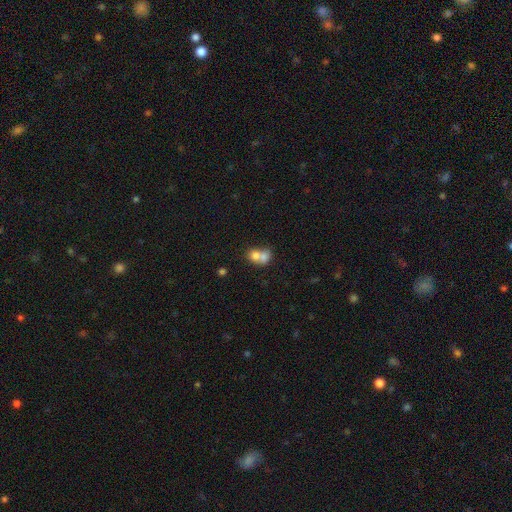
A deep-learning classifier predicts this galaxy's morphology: A smooth galaxy with no disk features (73%) that is round (57%).

Vote fractions:
- Smooth or featured? smooth: 73% / featured or disk: 18% / star or artifact: 9%
- How rounded? round: 57% / in between: 42% / cigar-shaped: 1%
- Merging? merger: 70% / none: 21% / minor disturbance: 6% / major disturbance: 4%